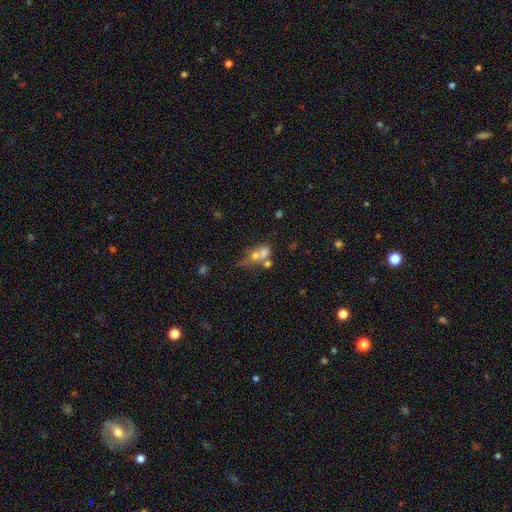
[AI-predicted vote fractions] smooth_or_featured: smooth (p=0.55) [alt: featured or disk p=0.29]
how_rounded: in between (p=0.48) [alt: round p=0.46]
merging: merger (p=0.57) [alt: none p=0.23]